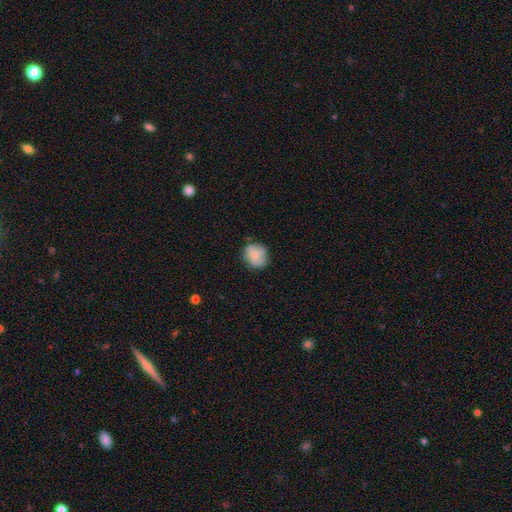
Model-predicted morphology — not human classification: Smooth or featured? smooth (75%)
How rounded? round (73%)
Merging? none (69%)